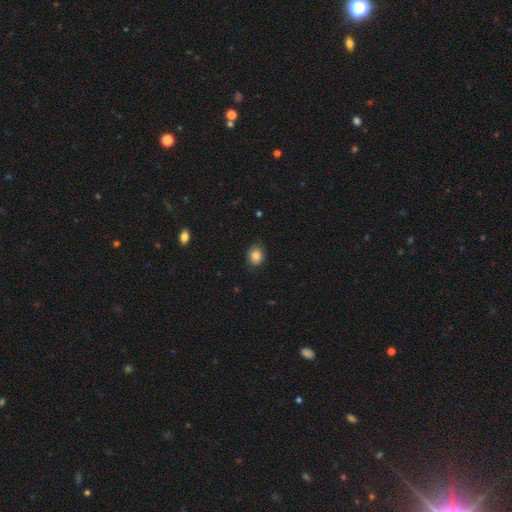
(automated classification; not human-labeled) Smooth or featured? smooth (85%)
How rounded? in between (55%)
Merging? none (78%)